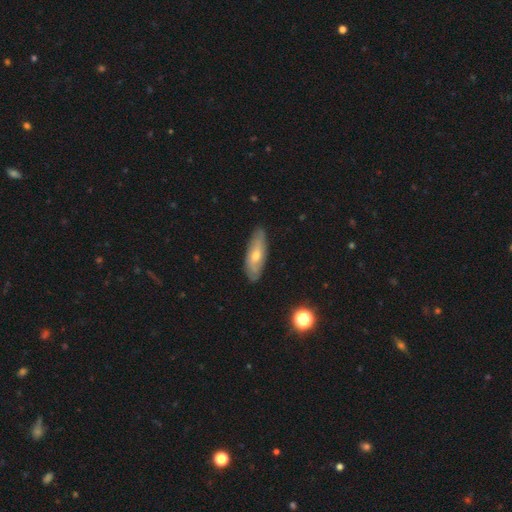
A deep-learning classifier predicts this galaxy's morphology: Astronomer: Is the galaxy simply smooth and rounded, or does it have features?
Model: featured or disk — 50% (runner-up: smooth, 42%).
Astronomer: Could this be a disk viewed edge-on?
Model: no — 68%.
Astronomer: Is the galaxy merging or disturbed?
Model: none — 84%.